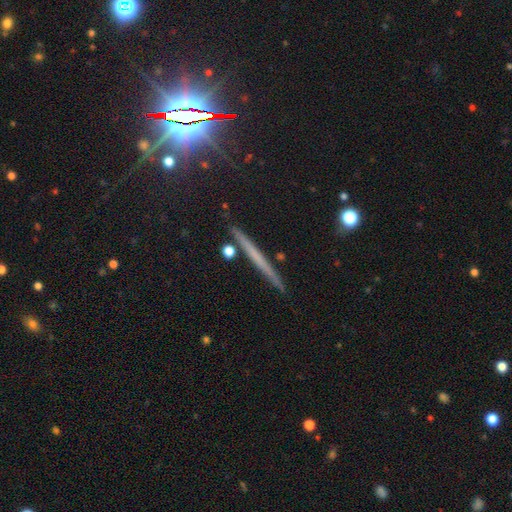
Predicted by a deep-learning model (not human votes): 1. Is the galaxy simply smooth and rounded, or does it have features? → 50% featured or disk, 36% smooth, 14% star or artifact.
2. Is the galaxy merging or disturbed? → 89% none, 8% minor disturbance, 2% merger, 2% major disturbance.